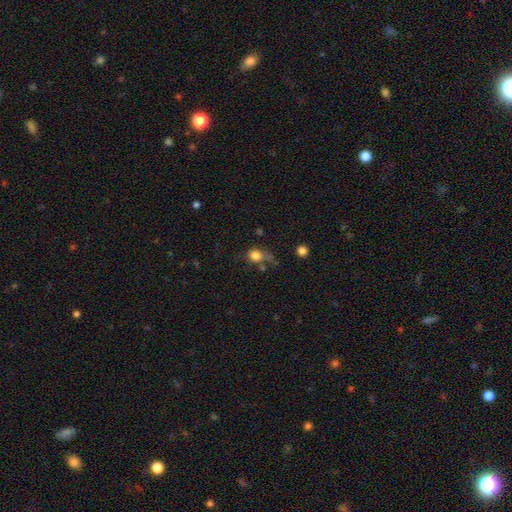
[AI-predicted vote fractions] smooth-or-featured: smooth: 79% | star or artifact: 11% | featured or disk: 10%
  how-rounded: round: 62% | in between: 37% | cigar-shaped: 2%
  merging: none: 40% | major disturbance: 23% | minor disturbance: 23% | merger: 14%